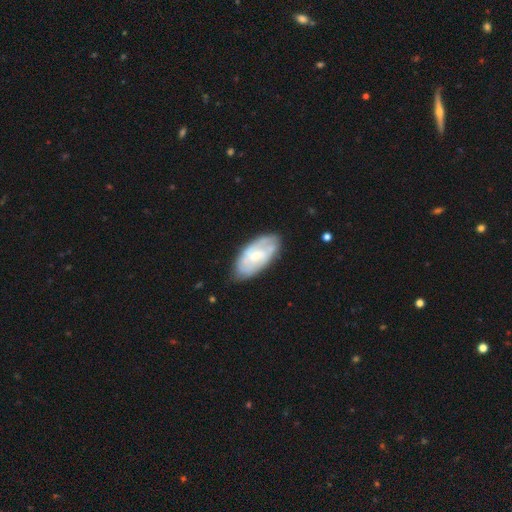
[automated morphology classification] Smooth or featured?
  - featured or disk: 57% *
  - smooth: 37%
  - star or artifact: 6%
Edge-on disk?
  - no: 93% *
  - yes: 7%
Bar?
  - no: 57% *
  - weak: 35%
  - strong: 8%
Spiral arms?
  - yes: 70% *
  - no: 30%
Bulge size?
  - small: 52% *
  - moderate: 40%
  - none: 4%
  - large: 3%
  - dominant: 1%
Merging?
  - none: 71% *
  - minor disturbance: 22%
  - major disturbance: 5%
  - merger: 2%